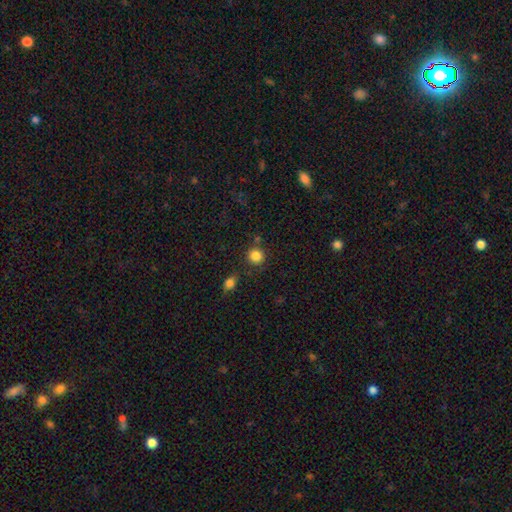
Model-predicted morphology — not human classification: type=smooth (85%); roundness=round (90%); merging=none (80%).